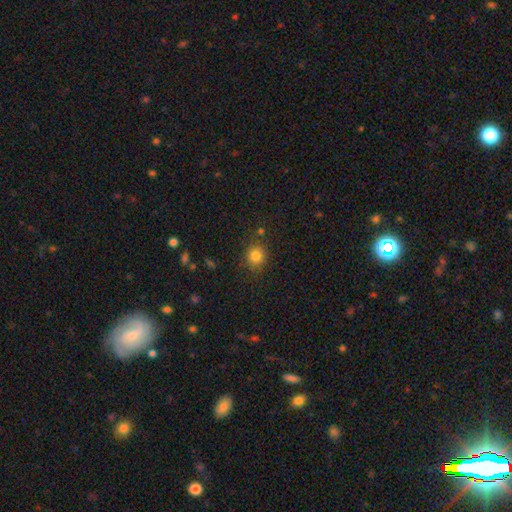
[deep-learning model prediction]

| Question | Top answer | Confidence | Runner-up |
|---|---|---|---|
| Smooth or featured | smooth | 82% | star or artifact (12%) |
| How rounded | round | 83% | in between (17%) |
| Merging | none | 83% | minor disturbance (11%) |